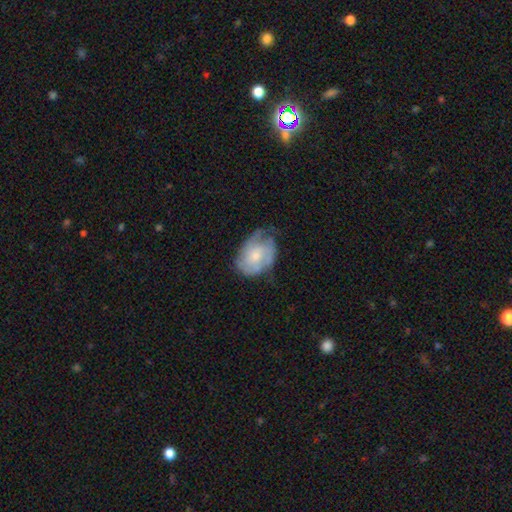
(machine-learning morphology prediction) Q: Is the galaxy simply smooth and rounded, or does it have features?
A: featured or disk — 59%.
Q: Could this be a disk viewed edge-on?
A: no — 97%.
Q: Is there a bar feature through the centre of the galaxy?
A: no — 71%.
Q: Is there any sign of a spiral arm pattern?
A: yes — 81%.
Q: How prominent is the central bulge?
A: moderate — 45%.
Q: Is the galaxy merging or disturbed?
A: none — 46%.